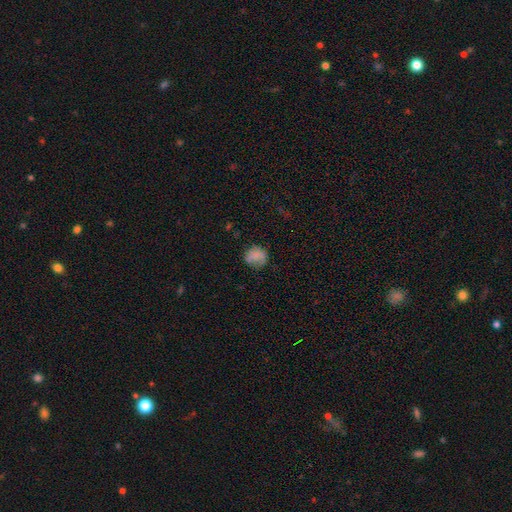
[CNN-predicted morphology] Smooth or featured? smooth (76%)
How rounded? round (76%)
Merging? none (65%)